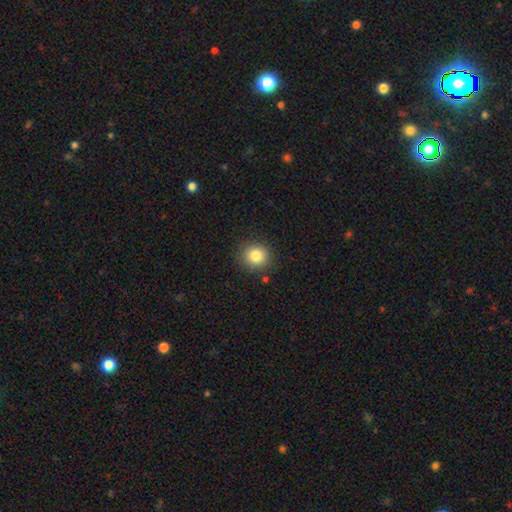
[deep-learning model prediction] Smooth or featured: smooth — 83% (star or artifact — 11%)
How rounded: round — 89% (in between — 10%)
Merging: none — 88% (minor disturbance — 8%)